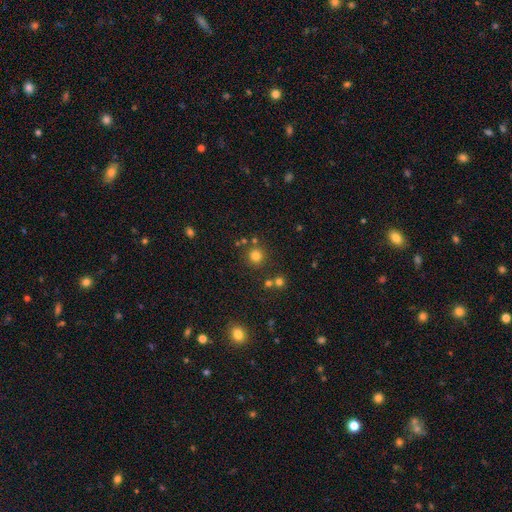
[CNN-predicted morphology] Smooth or featured: smooth — 77% (star or artifact — 17%)
How rounded: round — 94% (in between — 5%)
Merging: none — 81% (merger — 8%)